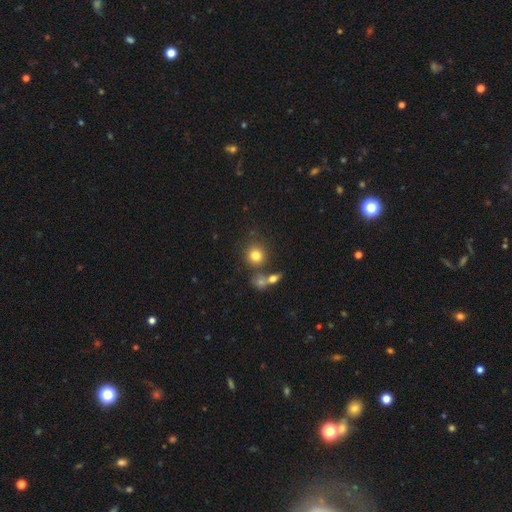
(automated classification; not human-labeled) Overall: smooth (79%). How rounded: round (86%). Merging: none (68%).